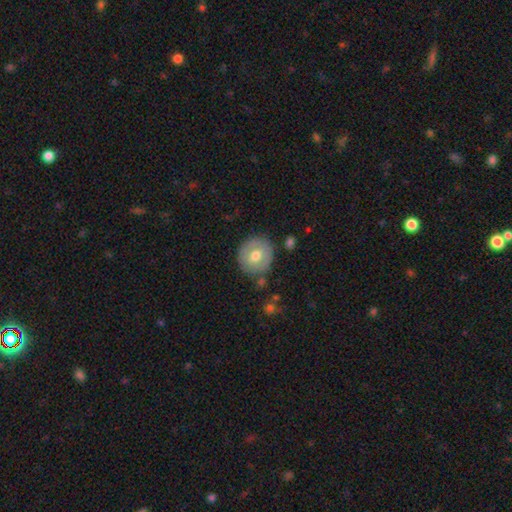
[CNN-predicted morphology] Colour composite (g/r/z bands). It shows a smooth galaxy with no disk features (63%) that is round (88%). Merging: none (81%).